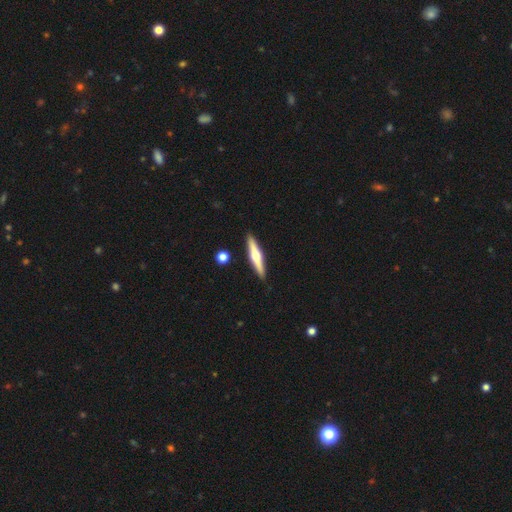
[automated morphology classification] featured or disk 61%, smooth 33%, star or artifact 5%. Down the decision tree: edge-on disk — yes (97%); edge-on bulge — rounded (91%); merging — none (90%).